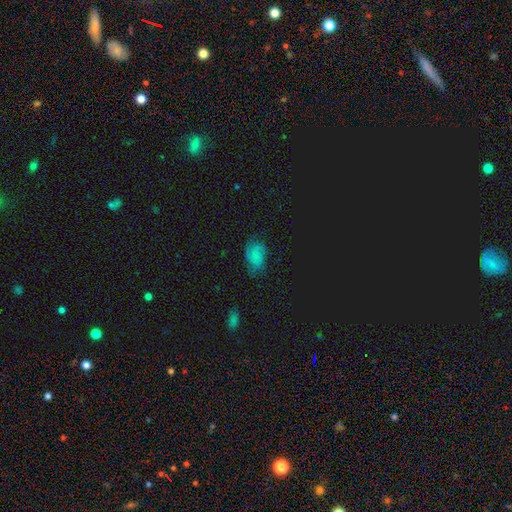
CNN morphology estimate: This appears to be a smooth galaxy with no disk features (63%) that is in between round and cigar-shaped (83%). Merging: none (54%).